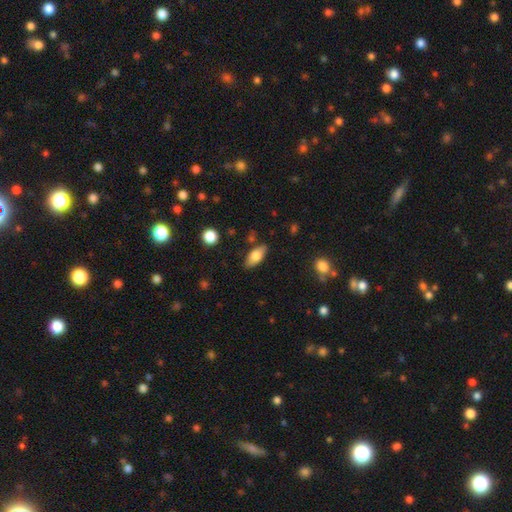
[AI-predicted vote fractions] Smooth or featured? smooth (74%)
How rounded? in between (84%)
Merging? none (82%)